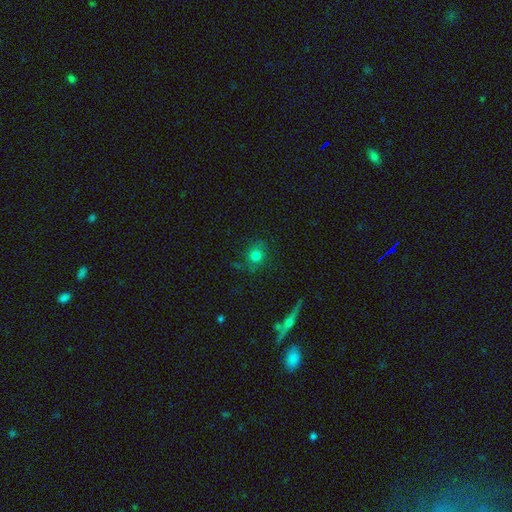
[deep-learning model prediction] A smooth galaxy with no disk features (77%) that is round (79%). Merging: none (76%).